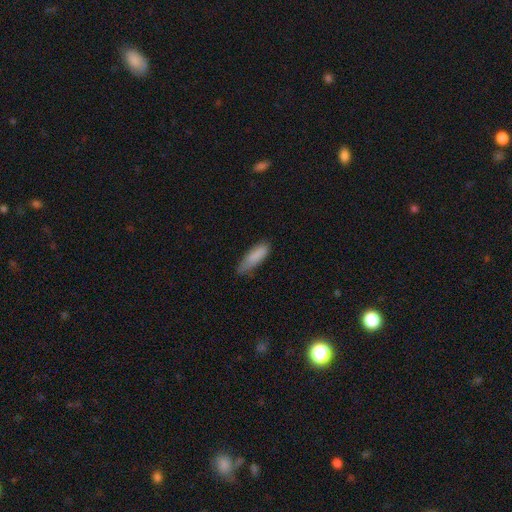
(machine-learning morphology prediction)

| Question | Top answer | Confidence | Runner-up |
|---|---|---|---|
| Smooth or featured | smooth | 86% | featured or disk (8%) |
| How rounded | cigar-shaped | 51% | in between (47%) |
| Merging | none | 59% | minor disturbance (33%) |